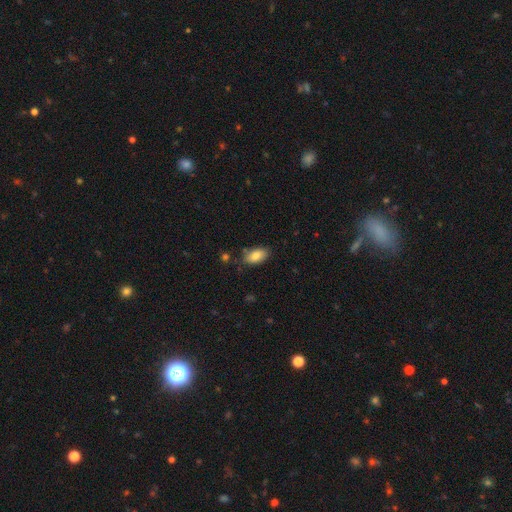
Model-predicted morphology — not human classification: Q: Smooth or featured?
A: smooth (82%); runner-up: featured or disk (11%)
Q: How rounded?
A: in between (92%); runner-up: round (5%)
Q: Merging?
A: none (80%); runner-up: minor disturbance (15%)